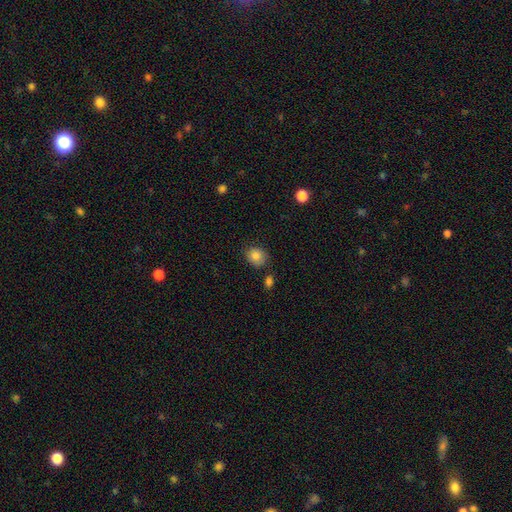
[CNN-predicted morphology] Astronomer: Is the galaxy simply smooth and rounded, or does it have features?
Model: smooth — 83%.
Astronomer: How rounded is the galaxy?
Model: round — 74%.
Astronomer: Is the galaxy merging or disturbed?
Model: none — 78%.